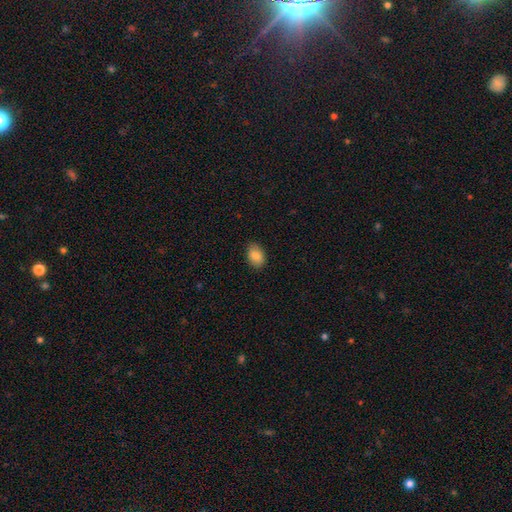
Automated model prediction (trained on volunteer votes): Smooth or featured?
  - smooth: 85% *
  - star or artifact: 8%
  - featured or disk: 7%
How rounded?
  - in between: 84% *
  - round: 15%
  - cigar-shaped: 1%
Merging?
  - none: 85% *
  - minor disturbance: 12%
  - major disturbance: 2%
  - merger: 1%